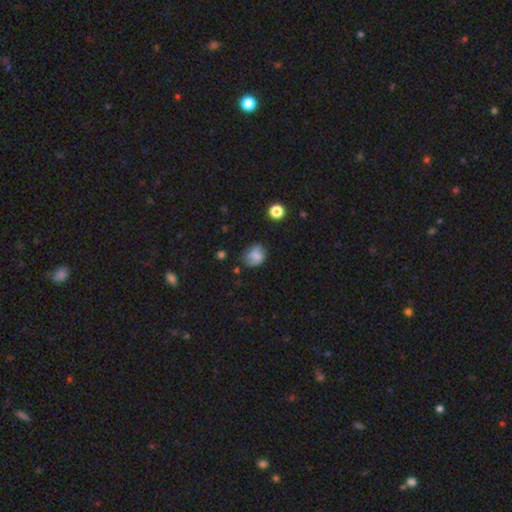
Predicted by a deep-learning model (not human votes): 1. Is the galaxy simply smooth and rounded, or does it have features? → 71% smooth, 18% featured or disk, 11% star or artifact.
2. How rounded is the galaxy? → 54% round, 45% in between, 1% cigar-shaped.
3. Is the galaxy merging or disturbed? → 54% none, 31% minor disturbance, 12% major disturbance, 4% merger.